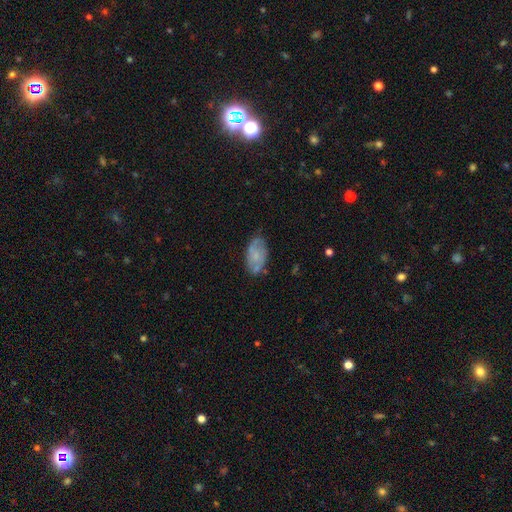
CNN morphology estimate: This is possibly a smooth galaxy (48%). Merging: likely none (64%).